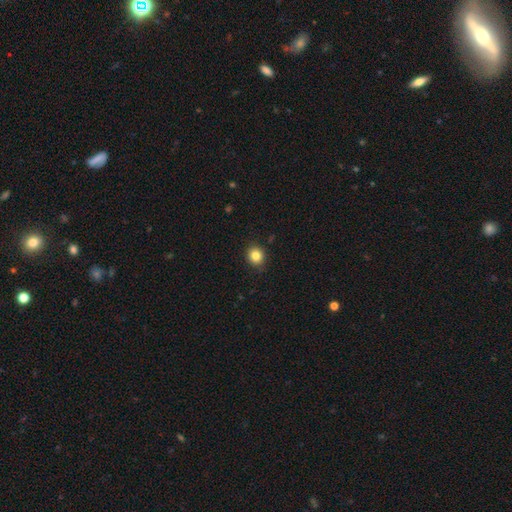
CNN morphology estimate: Smooth or featured? Predicted: smooth (p=0.83). How rounded? Predicted: round (p=0.82). Merging? Predicted: none (p=0.90).